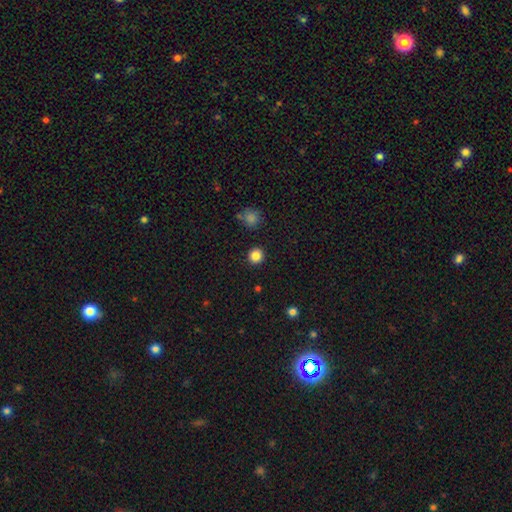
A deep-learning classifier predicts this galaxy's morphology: The model was most divided on "smooth or featured": smooth: 85%, star or artifact: 11%, featured or disk: 4%. More confident: how rounded — round (93%); merging — none (92%).